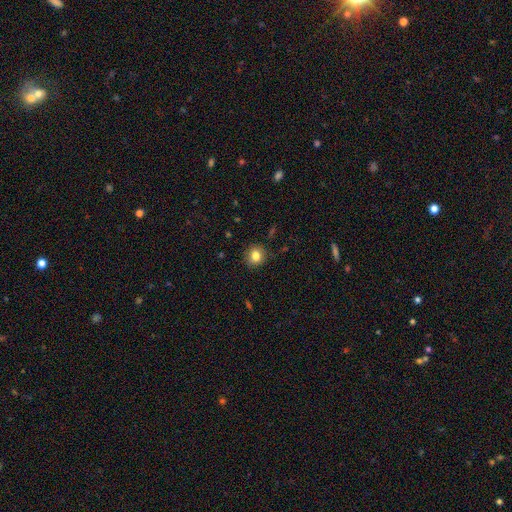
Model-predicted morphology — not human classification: smooth 82%, star or artifact 11%, featured or disk 8%. Down the decision tree: how rounded — round (79%); merging — none (85%).